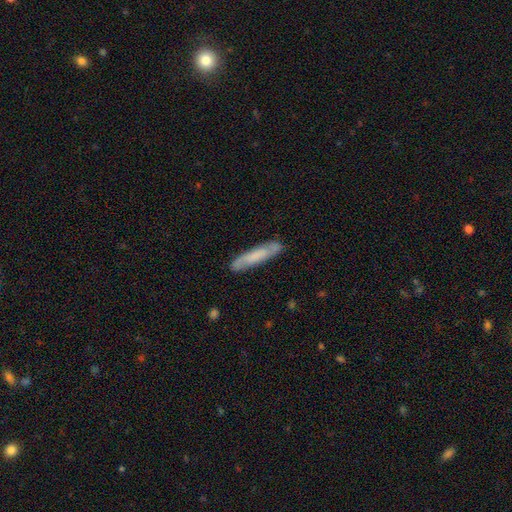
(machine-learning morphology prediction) This appears to be a smooth galaxy with no disk features (52%) that is cigar-shaped (87%). Merging: none (81%).